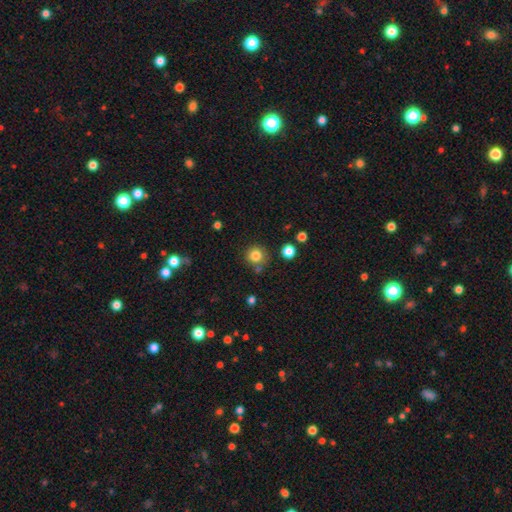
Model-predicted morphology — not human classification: A smooth galaxy with no disk features (82%) that is round (93%).

Vote fractions:
- Smooth or featured? smooth: 82% / star or artifact: 12% / featured or disk: 6%
- How rounded? round: 93% / in between: 6% / cigar-shaped: 1%
- Merging? none: 78% / minor disturbance: 10% / merger: 8% / major disturbance: 3%